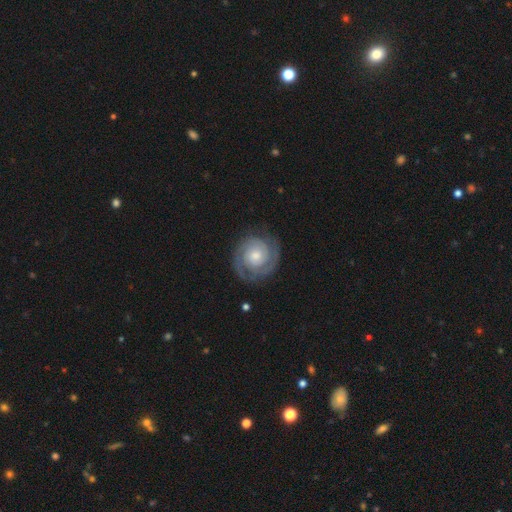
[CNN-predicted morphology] Smooth or featured? featured or disk (82%)
Edge-on disk? no (98%)
Bar? no (75%)
Spiral arms? yes (96%)
Spiral winding? tight (77%)
Spiral arm count? 2 (67%)
Bulge size? moderate (54%)
Merging? none (81%)